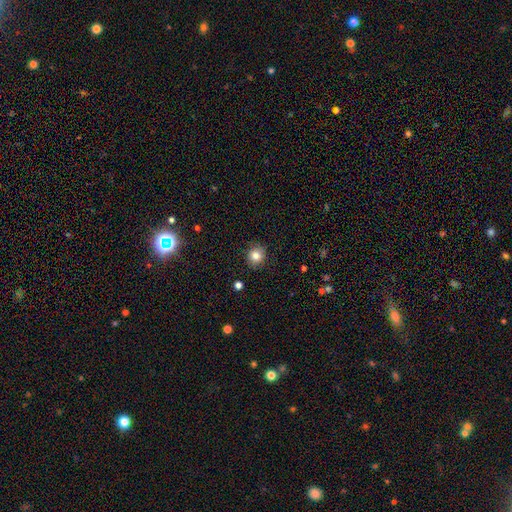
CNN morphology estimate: Smooth or featured: smooth — 82% (star or artifact — 11%)
How rounded: round — 87% (in between — 12%)
Merging: none — 89% (minor disturbance — 8%)